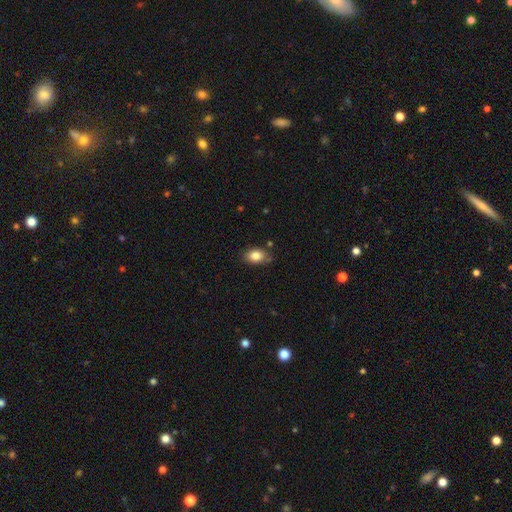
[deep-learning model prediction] This appears to be a smooth galaxy with no disk features (84%) that is in between round and cigar-shaped (82%). Merging: none (77%).